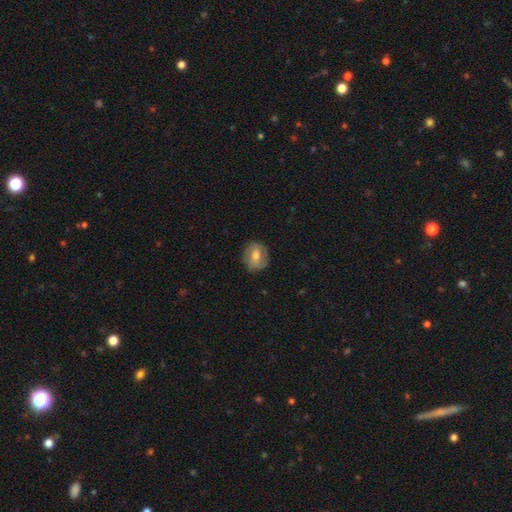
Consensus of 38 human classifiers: smooth_or_featured: smooth (p=0.63) [alt: featured or disk p=0.26]
how_rounded: round (p=0.50) [tied with: in between p=0.50]
merging: none (p=0.74) [alt: minor disturbance p=0.18]